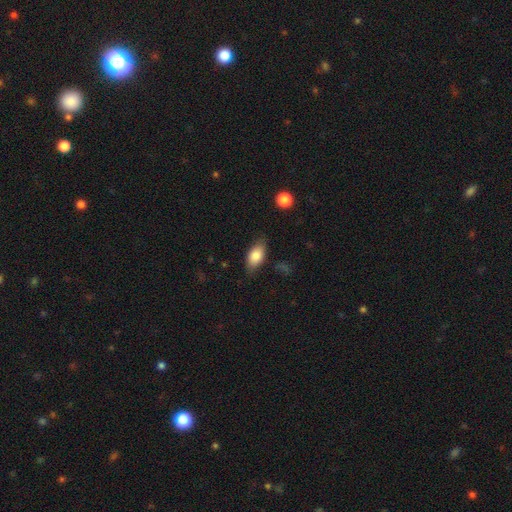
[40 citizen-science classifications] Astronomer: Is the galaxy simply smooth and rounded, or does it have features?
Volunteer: smooth — 78%.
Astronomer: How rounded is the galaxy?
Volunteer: in between — 84%.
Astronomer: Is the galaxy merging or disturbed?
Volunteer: none — 87%.